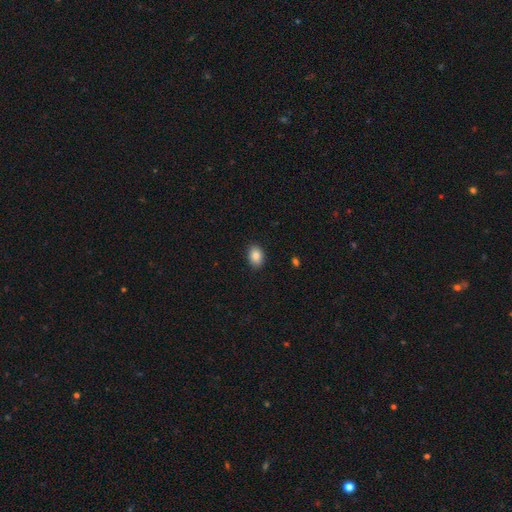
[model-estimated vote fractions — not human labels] A smooth galaxy with no disk features (87%) that is in between round and cigar-shaped (76%). Merging: none (89%).